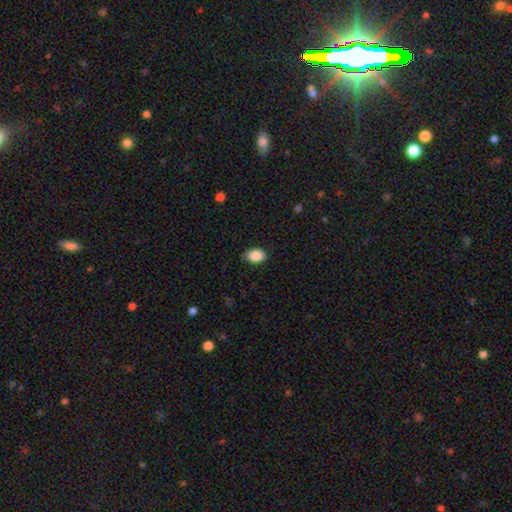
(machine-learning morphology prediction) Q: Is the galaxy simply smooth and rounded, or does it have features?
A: smooth — 88%.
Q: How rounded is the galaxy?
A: in between — 77%.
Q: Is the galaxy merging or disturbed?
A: none — 81%.